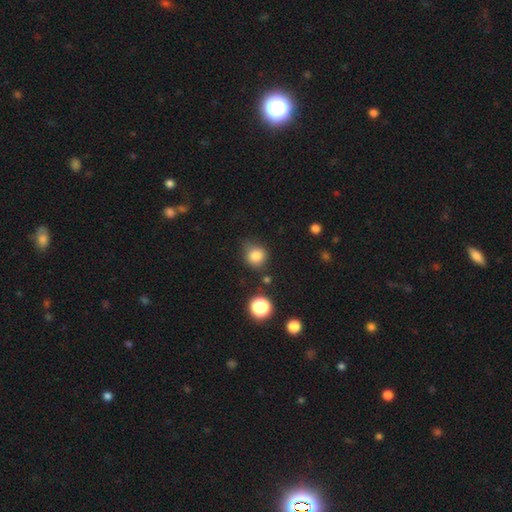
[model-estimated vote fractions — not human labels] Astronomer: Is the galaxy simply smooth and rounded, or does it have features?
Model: smooth — 81%.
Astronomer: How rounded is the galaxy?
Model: round — 84%.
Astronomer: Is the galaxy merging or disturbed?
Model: none — 71%.